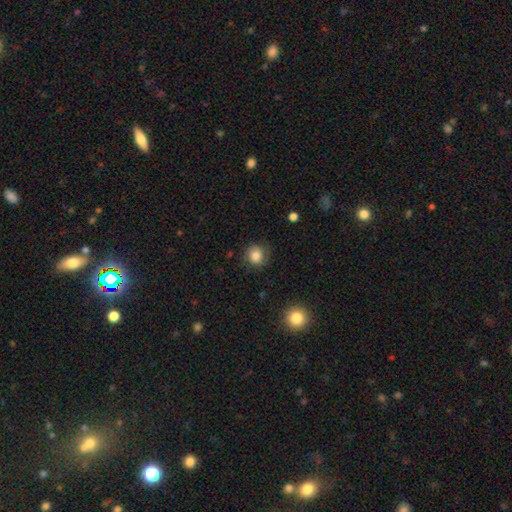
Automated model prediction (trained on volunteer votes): Smooth or featured? smooth (81%)
How rounded? round (89%)
Merging? none (81%)